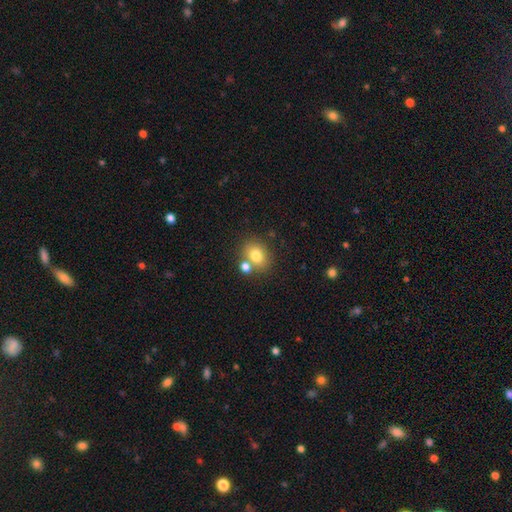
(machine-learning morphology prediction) Smooth or featured? smooth (78%)
How rounded? in between (52%)
Merging? none (61%)